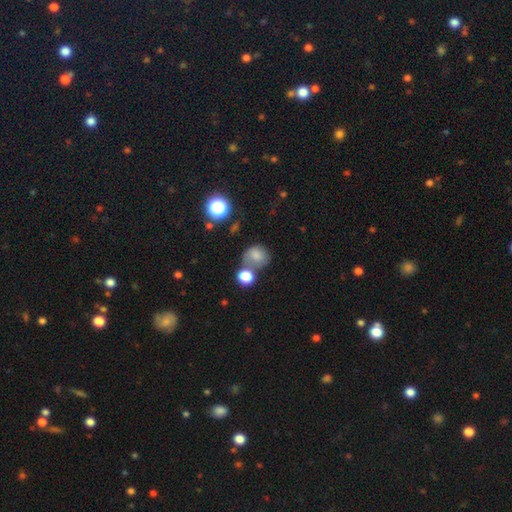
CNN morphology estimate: smooth_or_featured: smooth (p=0.75) [alt: star or artifact p=0.13]
how_rounded: round (p=0.75) [alt: in between p=0.24]
merging: none (p=0.45) [alt: merger p=0.27]